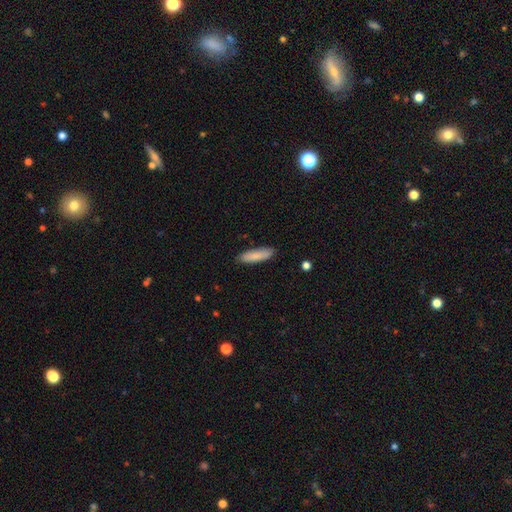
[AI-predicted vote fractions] smooth_or_featured: smooth (p=0.85) [alt: featured or disk p=0.10]
how_rounded: cigar-shaped (p=0.63) [alt: in between p=0.36]
merging: none (p=0.86) [alt: minor disturbance p=0.11]